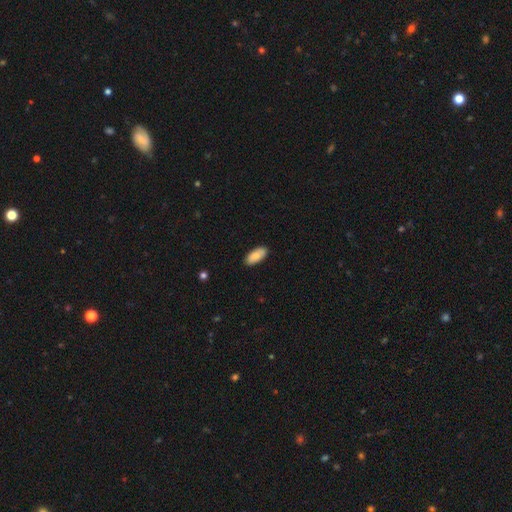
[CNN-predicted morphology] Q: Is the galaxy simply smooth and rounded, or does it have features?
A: smooth — 87%.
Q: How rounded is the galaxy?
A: in between — 88%.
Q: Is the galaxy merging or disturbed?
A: none — 89%.